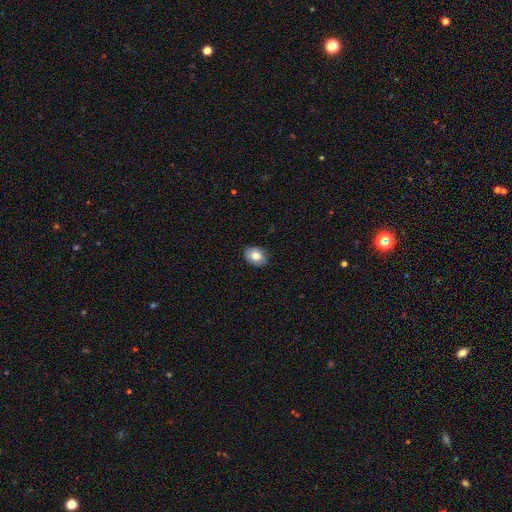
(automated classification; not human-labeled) This is likely a smooth galaxy (78%). How rounded: likely in between (71%). Merging: clearly none (84%).